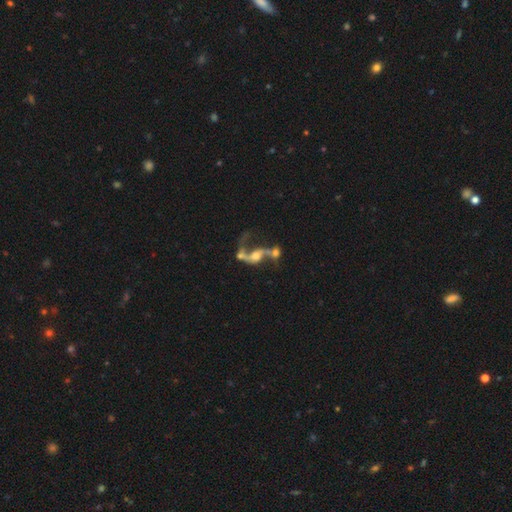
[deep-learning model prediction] Smooth or featured? Predicted: featured or disk (p=0.72). Edge-on disk? Predicted: no (p=0.95). Bar? Predicted: no (p=0.58). Spiral arms? Predicted: yes (p=0.78). Spiral winding? Predicted: loose (p=0.86). Spiral arm count? Predicted: 2 (p=0.68). Bulge size? Predicted: moderate (p=0.44). Merging? Predicted: merger (p=0.58).